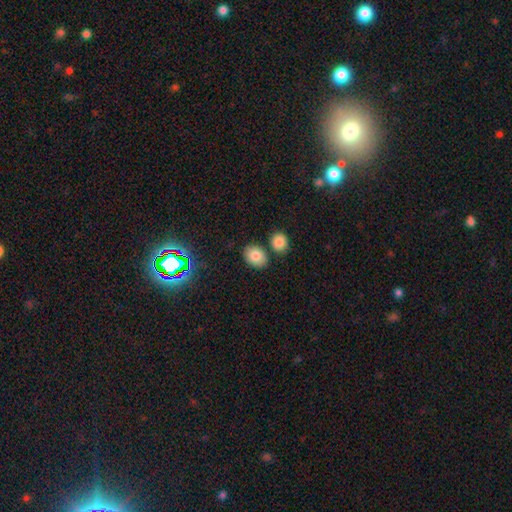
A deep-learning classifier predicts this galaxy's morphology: Smooth or featured: smooth — 82% (star or artifact — 10%)
How rounded: in between — 73% (round — 25%)
Merging: none — 76% (merger — 11%)